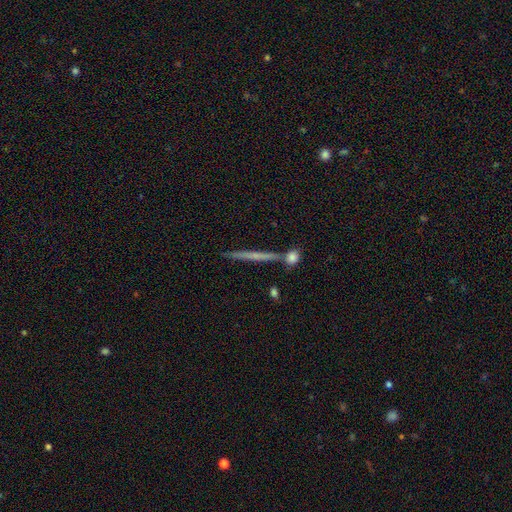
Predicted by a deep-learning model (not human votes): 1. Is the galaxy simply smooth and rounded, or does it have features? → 50% featured or disk, 42% smooth, 8% star or artifact.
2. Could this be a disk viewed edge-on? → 95% yes, 5% no.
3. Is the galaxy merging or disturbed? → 77% none, 12% merger, 8% minor disturbance, 3% major disturbance.